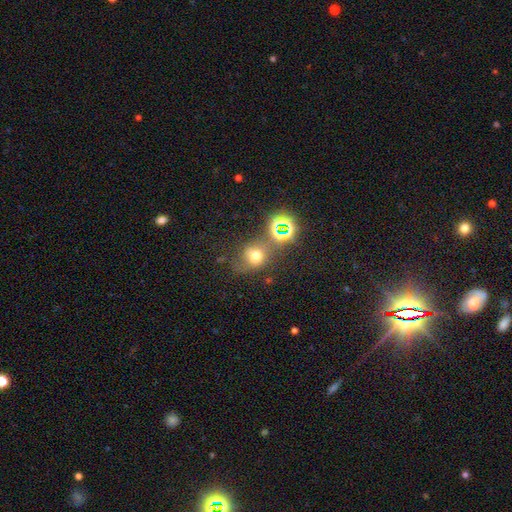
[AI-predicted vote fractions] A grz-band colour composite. It shows a smooth galaxy with no disk features (61%) that is round (69%). Merging: none (55%).